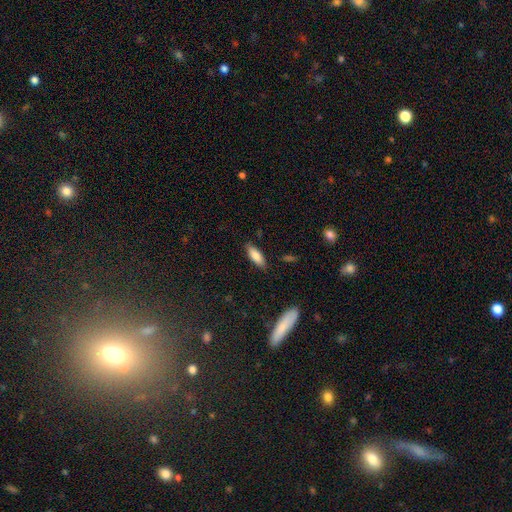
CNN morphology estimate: Overall: smooth (83%). How rounded: in between (67%; cigar-shaped 32%). Merging: none (84%).